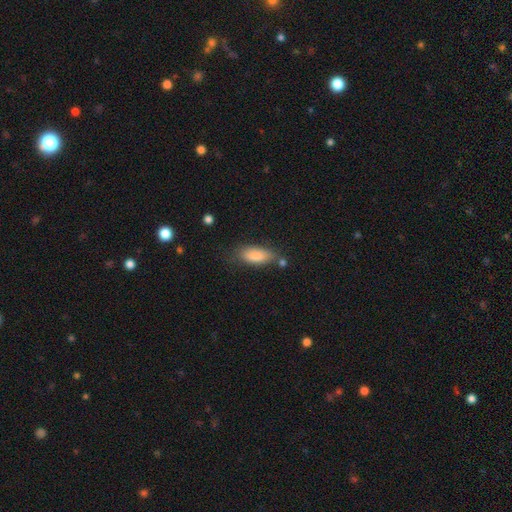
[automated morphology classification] A smooth galaxy with no disk features (85%) that is in between round and cigar-shaped (79%). Merging: none (63%).